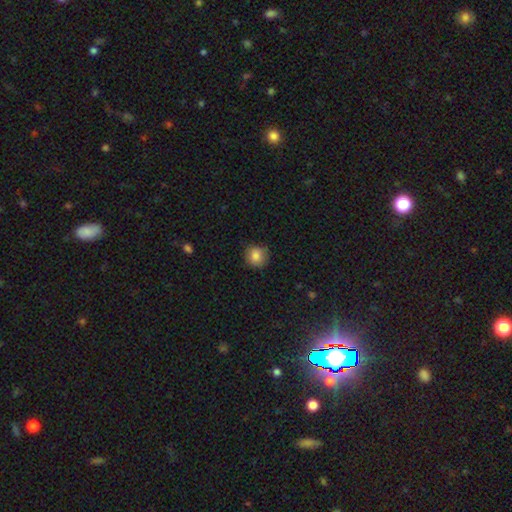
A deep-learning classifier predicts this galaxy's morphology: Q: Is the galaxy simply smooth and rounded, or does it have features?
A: smooth — 85%.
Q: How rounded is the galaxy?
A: round — 88%.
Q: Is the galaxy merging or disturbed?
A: none — 83%.